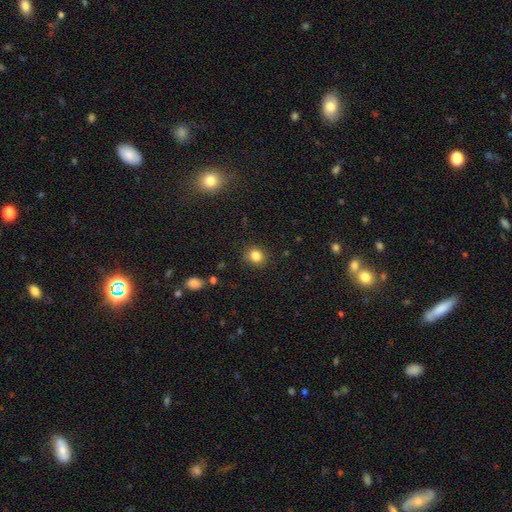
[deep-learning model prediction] A smooth galaxy with no disk features (84%) that is round (69%).

Vote fractions:
- Smooth or featured? smooth: 84% / star or artifact: 11% / featured or disk: 5%
- How rounded? round: 69% / in between: 30% / cigar-shaped: 1%
- Merging? none: 85% / minor disturbance: 11% / major disturbance: 3% / merger: 1%